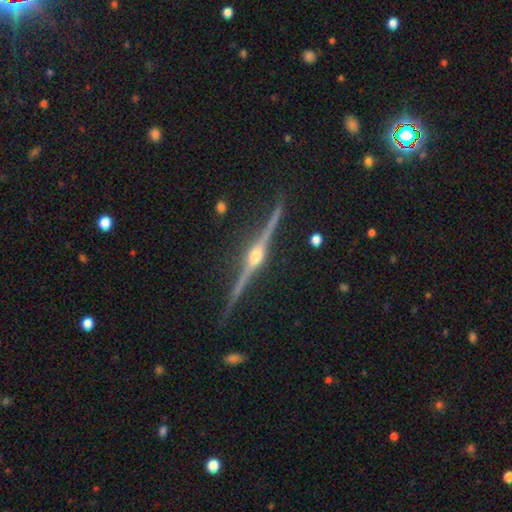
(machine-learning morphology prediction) A featured or disk galaxy (88%) viewed edge-on (98%) with a rounded central bulge (94%).

Vote fractions:
- Smooth or featured? featured or disk: 88% / star or artifact: 7% / smooth: 5%
- Edge-on disk? yes: 98% / no: 2%
- Edge-on bulge? rounded: 94% / boxy: 3% / none: 3%
- Merging? none: 89% / minor disturbance: 8% / major disturbance: 2% / merger: 2%